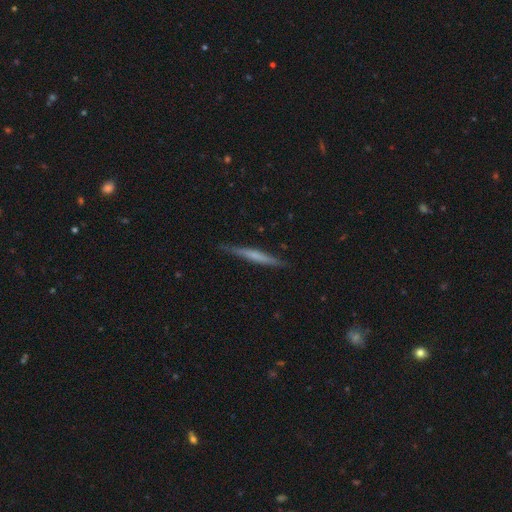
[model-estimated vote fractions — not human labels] smooth-or-featured: featured or disk: 52% | smooth: 42% | star or artifact: 6%
  disk-edge-on: yes: 97% | no: 3%
    edge-on-bulge: none: 61% | rounded: 24% | boxy: 15%
  merging: none: 87% | minor disturbance: 10% | major disturbance: 2% | merger: 1%